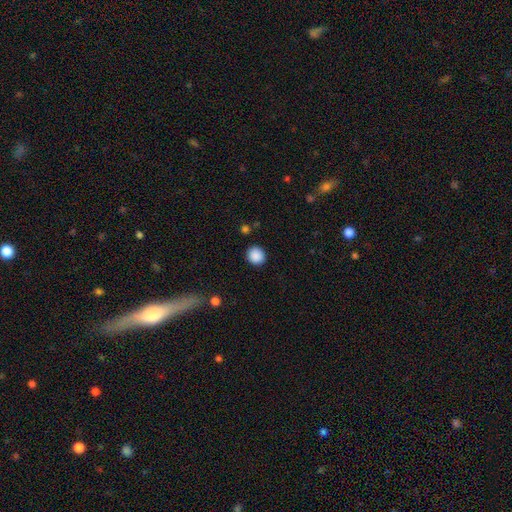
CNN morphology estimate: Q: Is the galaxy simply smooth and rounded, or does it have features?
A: smooth — 89%.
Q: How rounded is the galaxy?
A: round — 84%.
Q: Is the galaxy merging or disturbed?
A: none — 89%.